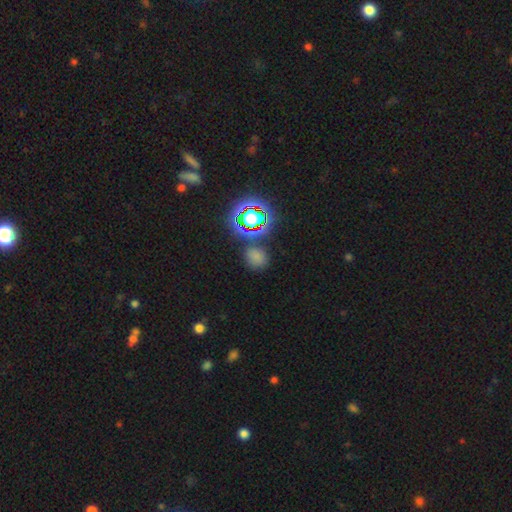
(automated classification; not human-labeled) Q: Smooth or featured?
A: smooth (61%); runner-up: star or artifact (32%)
Q: How rounded?
A: round (62%); runner-up: in between (36%)
Q: Merging?
A: none (74%); runner-up: minor disturbance (13%)